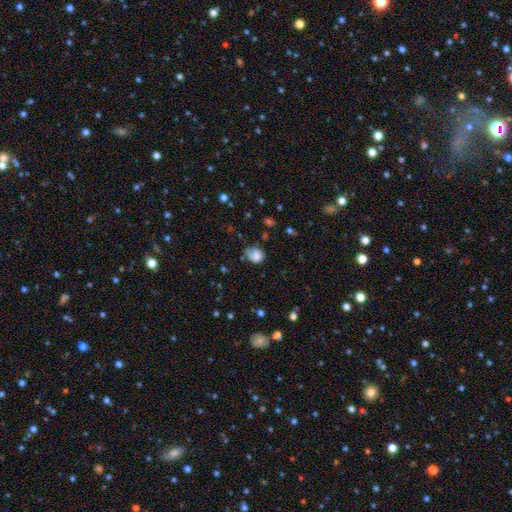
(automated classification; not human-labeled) Morphology: type=smooth (77%); roundness=round (62%); merging=none (50%).